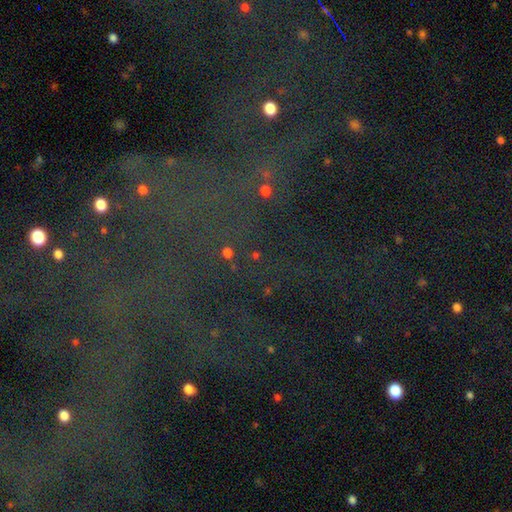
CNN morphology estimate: Smooth or featured? star or artifact (73%)